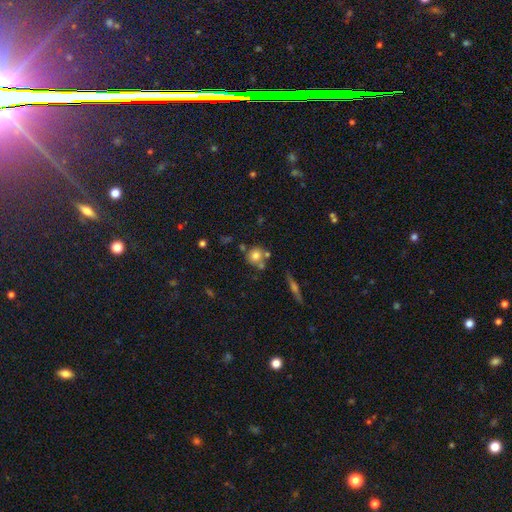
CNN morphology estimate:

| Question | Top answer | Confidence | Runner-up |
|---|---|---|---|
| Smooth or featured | smooth | 71% | featured or disk (17%) |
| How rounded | round | 84% | in between (15%) |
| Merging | none | 58% | merger (24%) |